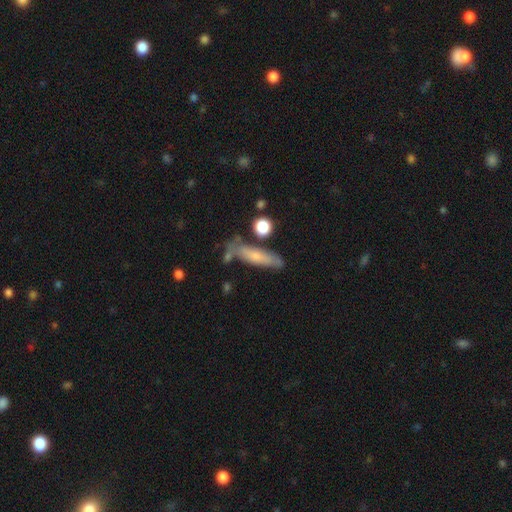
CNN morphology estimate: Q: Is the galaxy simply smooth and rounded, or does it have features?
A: smooth — 59%.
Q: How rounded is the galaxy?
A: cigar-shaped — 74%.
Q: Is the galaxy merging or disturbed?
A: none — 64%.